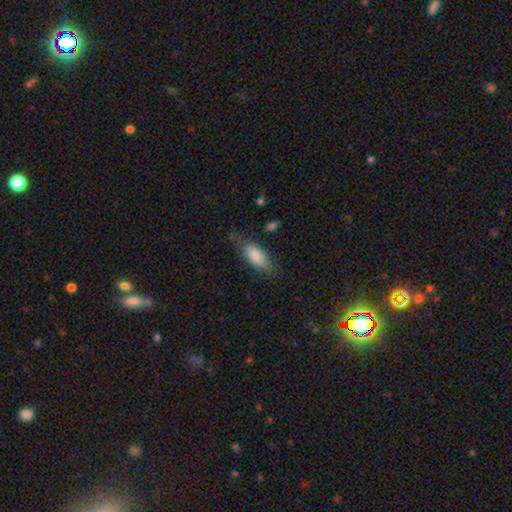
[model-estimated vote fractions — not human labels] A smooth galaxy with no disk features (85%) that is in between round and cigar-shaped (81%). Merging: none (69%).